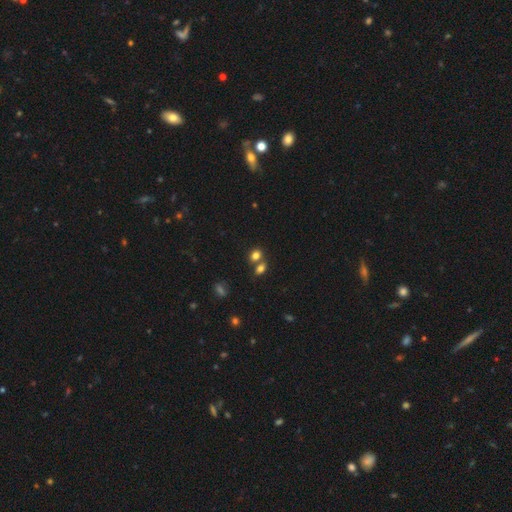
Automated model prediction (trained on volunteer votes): This appears to be a smooth galaxy with no disk features (78%) that is in between round and cigar-shaped (49%, tied with round). Merging: none (47%).